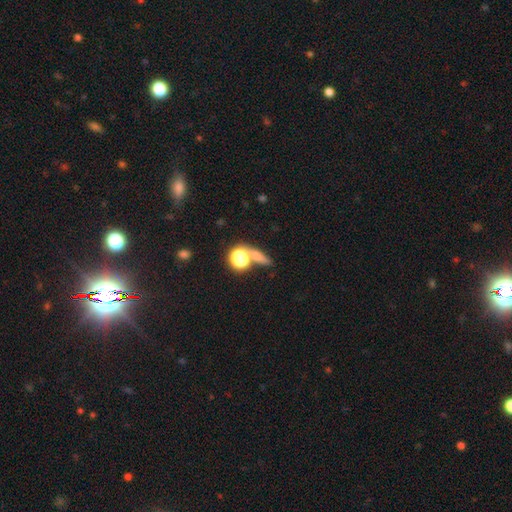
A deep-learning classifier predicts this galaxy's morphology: This is likely a star or artifact rather than a galaxy (64%).